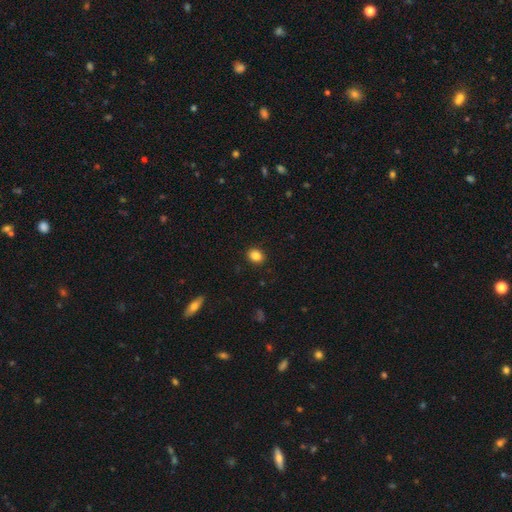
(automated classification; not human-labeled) Q: Smooth or featured?
A: smooth (86%); runner-up: star or artifact (10%)
Q: How rounded?
A: round (60%); runner-up: in between (39%)
Q: Merging?
A: none (91%); runner-up: minor disturbance (6%)